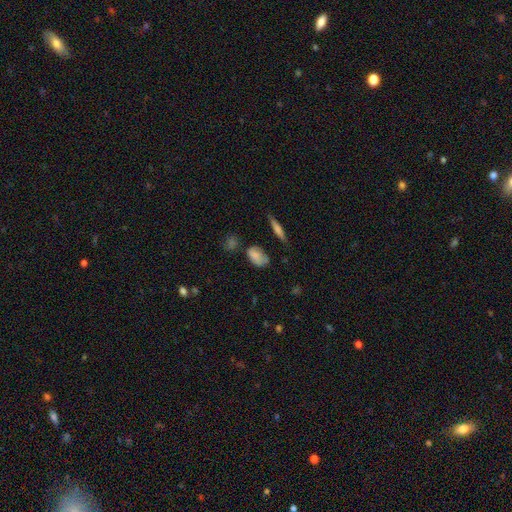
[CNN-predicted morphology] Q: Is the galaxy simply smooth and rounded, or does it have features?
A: smooth — 77%.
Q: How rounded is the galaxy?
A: in between — 86%.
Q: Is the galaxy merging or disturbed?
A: none — 55%.